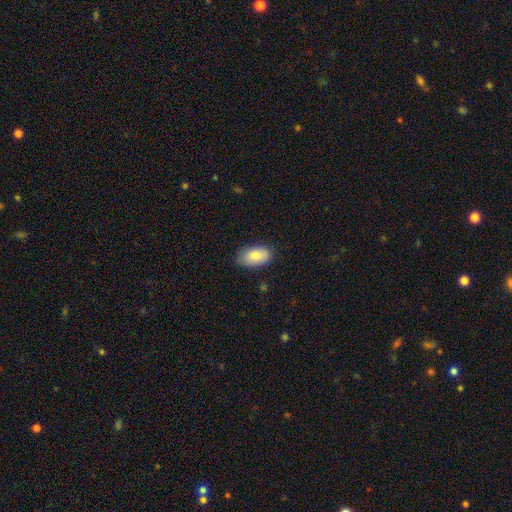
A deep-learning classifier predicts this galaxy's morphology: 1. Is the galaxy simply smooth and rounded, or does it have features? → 81% smooth, 12% featured or disk, 6% star or artifact.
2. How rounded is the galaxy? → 94% in between, 4% round, 2% cigar-shaped.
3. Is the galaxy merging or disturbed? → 83% none, 13% minor disturbance, 2% major disturbance, 1% merger.